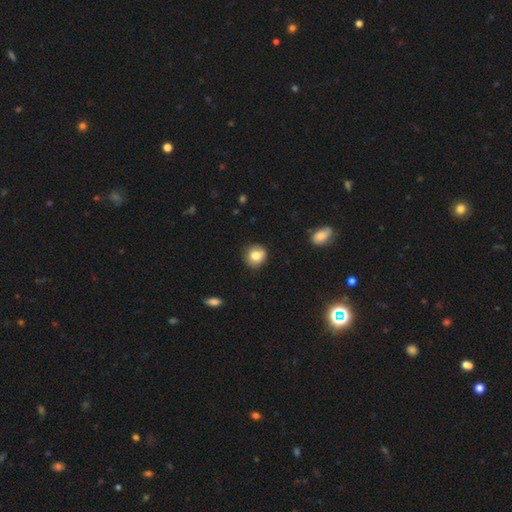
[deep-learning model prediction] Smooth or featured?
  - smooth: 79% *
  - featured or disk: 11%
  - star or artifact: 10%
How rounded?
  - round: 85% *
  - in between: 14%
  - cigar-shaped: 1%
Merging?
  - none: 79% *
  - minor disturbance: 15%
  - major disturbance: 3%
  - merger: 2%